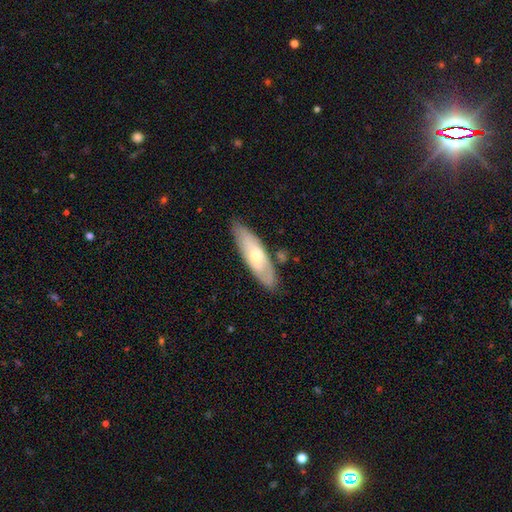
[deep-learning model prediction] Smooth or featured?
  - featured or disk: 48% *
  - smooth: 46%
  - star or artifact: 6%
Merging?
  - none: 80% *
  - minor disturbance: 14%
  - merger: 3%
  - major disturbance: 3%